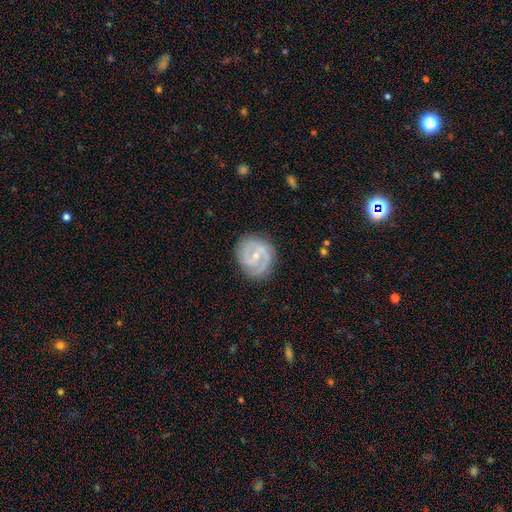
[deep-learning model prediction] Q: Smooth or featured?
A: featured or disk (81%); runner-up: smooth (14%)
Q: Edge-on disk?
A: no (97%); runner-up: yes (3%)
Q: Bar?
A: weak (48%); runner-up: no (34%)
Q: Spiral arms?
A: yes (90%); runner-up: no (10%)
Q: Spiral winding?
A: medium (46%); runner-up: tight (39%)
Q: Spiral arm count?
A: 2 (76%); runner-up: can't tell (10%)
Q: Bulge size?
A: small (60%); runner-up: moderate (37%)
Q: Merging?
A: none (79%); runner-up: minor disturbance (15%)